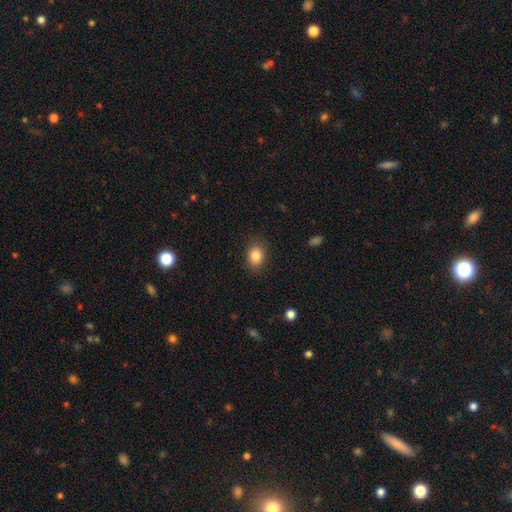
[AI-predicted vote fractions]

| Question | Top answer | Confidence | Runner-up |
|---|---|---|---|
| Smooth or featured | smooth | 84% | star or artifact (9%) |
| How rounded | in between | 57% | round (42%) |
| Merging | none | 85% | minor disturbance (11%) |